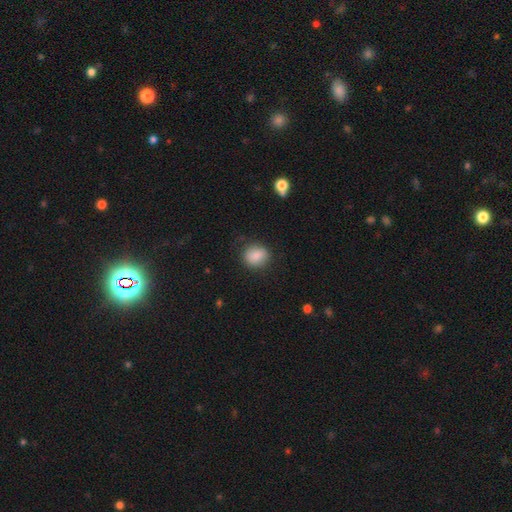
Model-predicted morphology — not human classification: Smooth or featured? Predicted: smooth (p=0.87). How rounded? Predicted: round (p=0.66). Merging? Predicted: none (p=0.80).